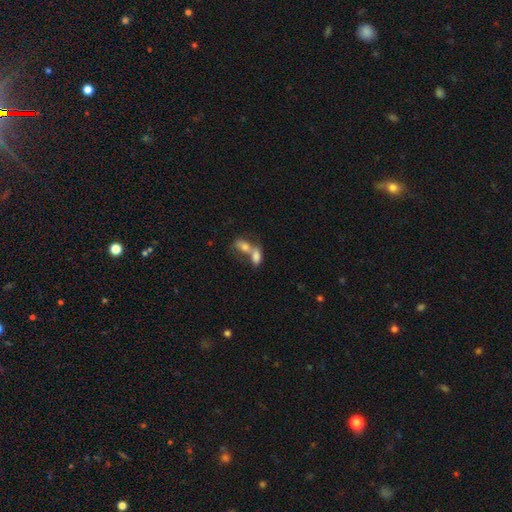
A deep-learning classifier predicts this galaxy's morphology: Overall: smooth (74%). How rounded: in between (85%). Merging: merger (71%).